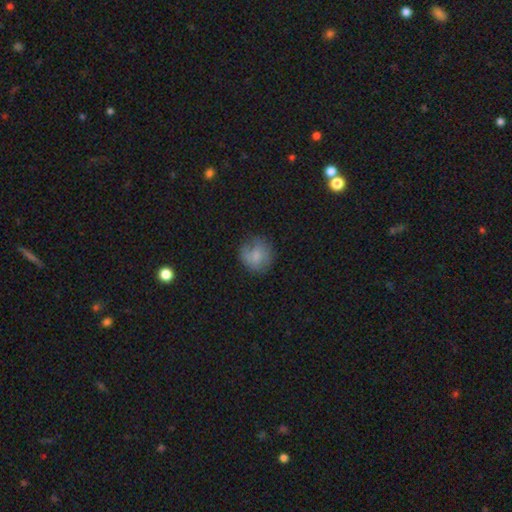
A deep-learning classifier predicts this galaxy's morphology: Smooth or featured? smooth (70%)
How rounded? round (85%)
Merging? none (70%)